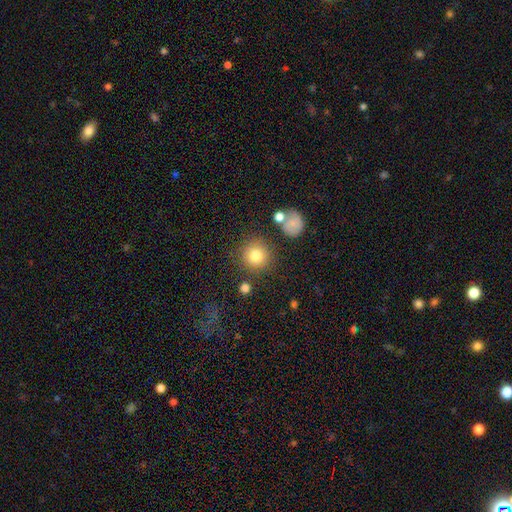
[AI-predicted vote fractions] smooth-or-featured: smooth: 81% | star or artifact: 12% | featured or disk: 7%
  how-rounded: round: 94% | in between: 5% | cigar-shaped: 1%
  merging: none: 83% | minor disturbance: 8% | merger: 5% | major disturbance: 4%